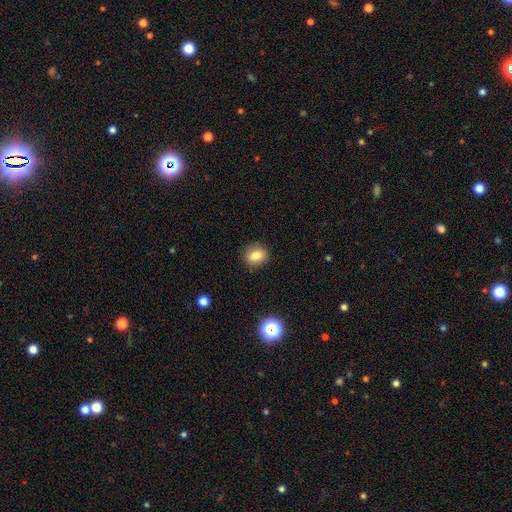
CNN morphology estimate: smooth_or_featured: smooth (p=0.80) [alt: star or artifact p=0.11]
how_rounded: round (p=0.56) [alt: in between p=0.42]
merging: none (p=0.87) [alt: minor disturbance p=0.10]